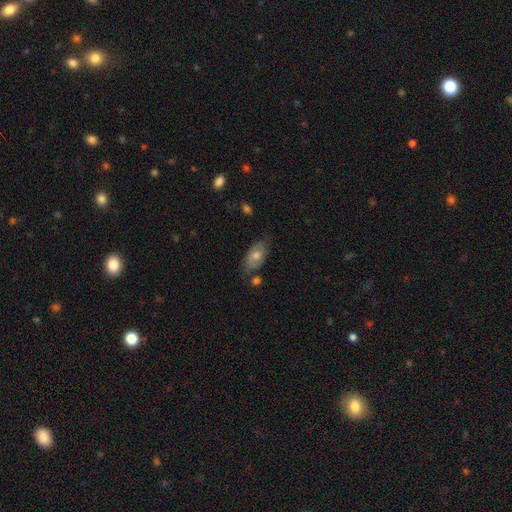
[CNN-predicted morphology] Overall: smooth (57%; featured or disk 34%). How rounded: in between (89%). Merging: none (71%).